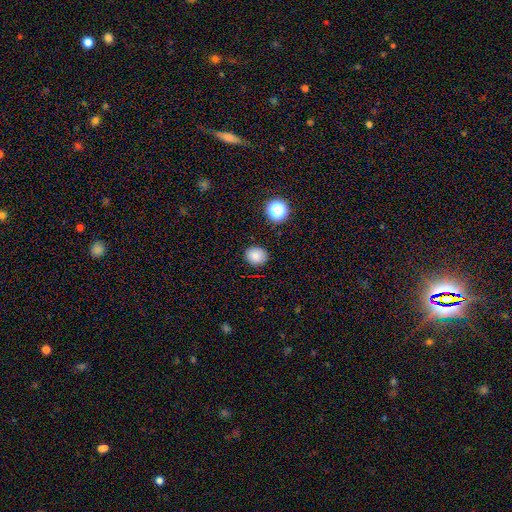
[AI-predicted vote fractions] Smooth or featured: smooth — 83% (star or artifact — 12%)
How rounded: round — 75% (in between — 24%)
Merging: none — 87% (minor disturbance — 9%)